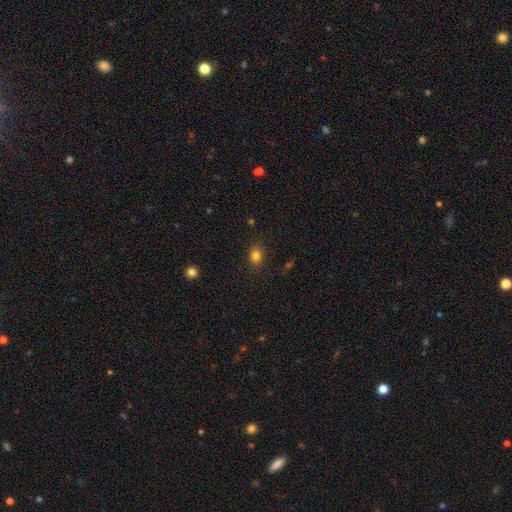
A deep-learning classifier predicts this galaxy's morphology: type=smooth (82%); roundness=round (52%); merging=none (85%).